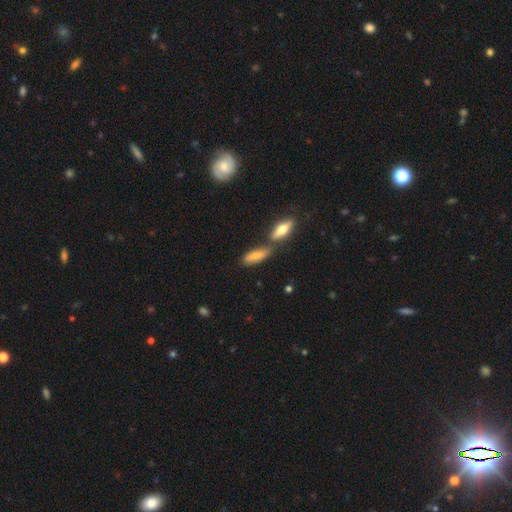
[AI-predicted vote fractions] The model was most divided on "how rounded": in between: 57%, cigar-shaped: 40%, round: 3%. More confident: smooth or featured — smooth (75%); merging — none (52%).